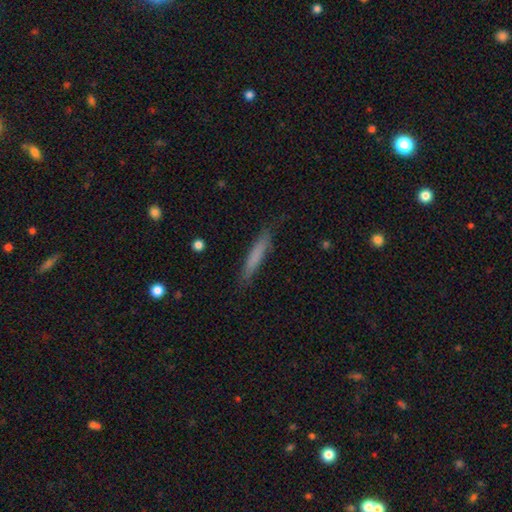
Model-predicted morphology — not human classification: A smooth galaxy with no disk features (72%) that is cigar-shaped (93%). Merging: none (84%).